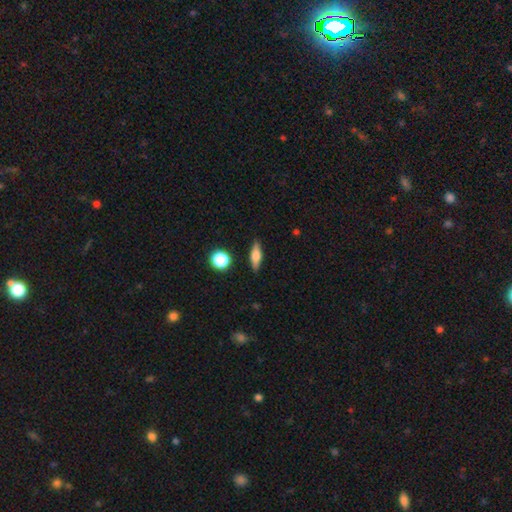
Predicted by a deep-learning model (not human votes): The model was most divided on "how rounded": cigar-shaped: 47%, in between: 45%, round: 8%. More confident: merging — none (87%); smooth or featured — smooth (60%).